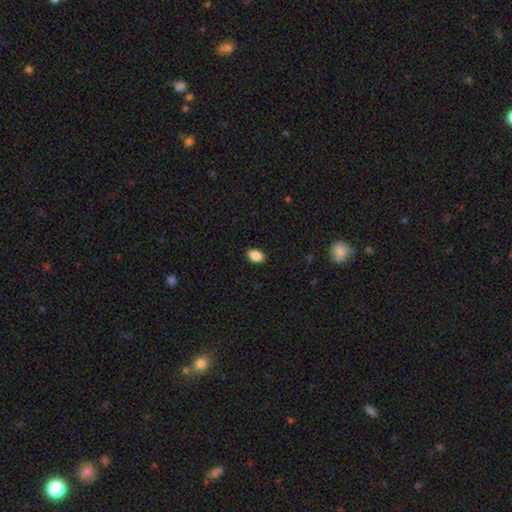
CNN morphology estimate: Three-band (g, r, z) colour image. It shows a smooth galaxy with no disk features (88%) that is in between round and cigar-shaped (88%). Merging: none (90%).